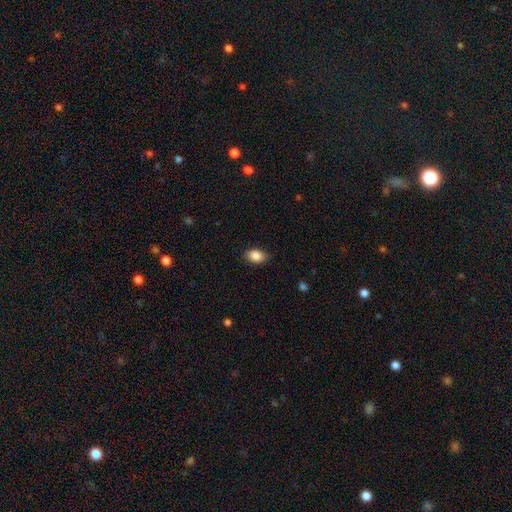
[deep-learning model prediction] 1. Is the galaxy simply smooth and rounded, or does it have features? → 88% smooth, 8% star or artifact, 4% featured or disk.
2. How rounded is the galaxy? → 85% in between, 14% round, 1% cigar-shaped.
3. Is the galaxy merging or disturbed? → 86% none, 11% minor disturbance, 2% major disturbance, 1% merger.